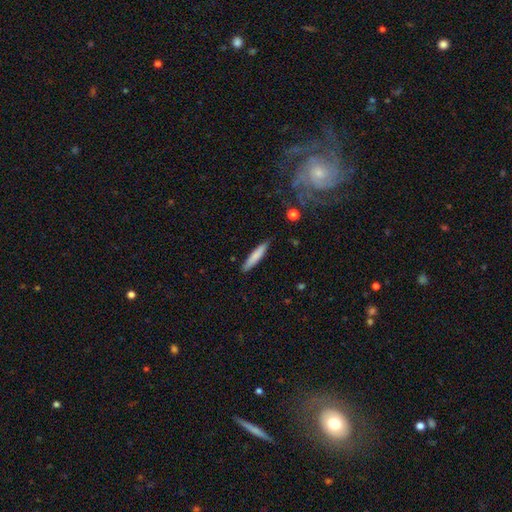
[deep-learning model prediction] This is likely a smooth galaxy (78%). How rounded: clearly cigar-shaped (89%). Merging: clearly none (85%).